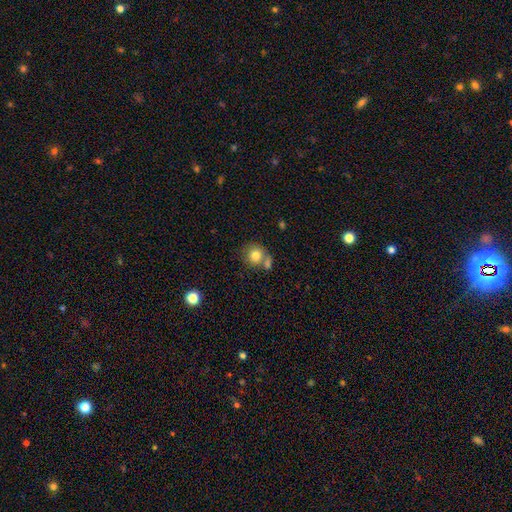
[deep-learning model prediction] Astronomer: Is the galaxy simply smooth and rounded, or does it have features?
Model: smooth — 79%.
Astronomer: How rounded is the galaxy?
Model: round — 85%.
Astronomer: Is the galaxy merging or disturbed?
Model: none — 53% (runner-up: merger, 30%).